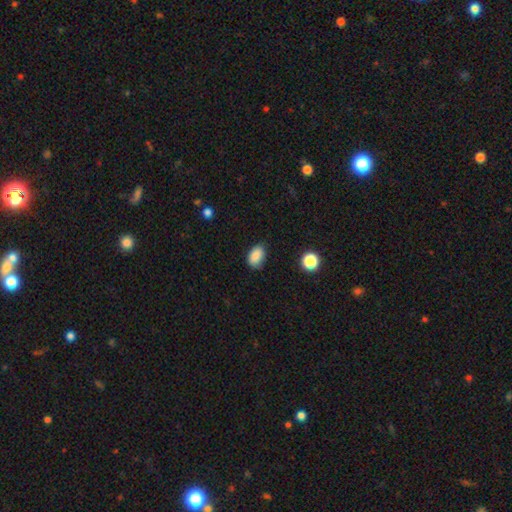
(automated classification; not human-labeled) smooth-or-featured: smooth: 87% | star or artifact: 9% | featured or disk: 4%
  how-rounded: in between: 87% | round: 12% | cigar-shaped: 1%
  merging: none: 77% | minor disturbance: 18% | major disturbance: 3% | merger: 1%